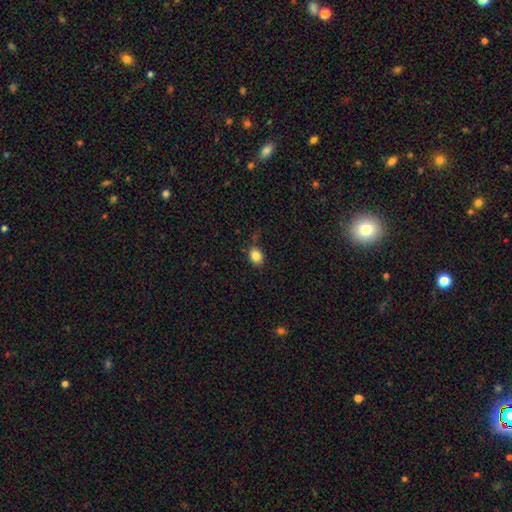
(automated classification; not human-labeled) This appears to be a smooth galaxy with no disk features (85%) that is in between round and cigar-shaped (57%). Merging: none (76%).